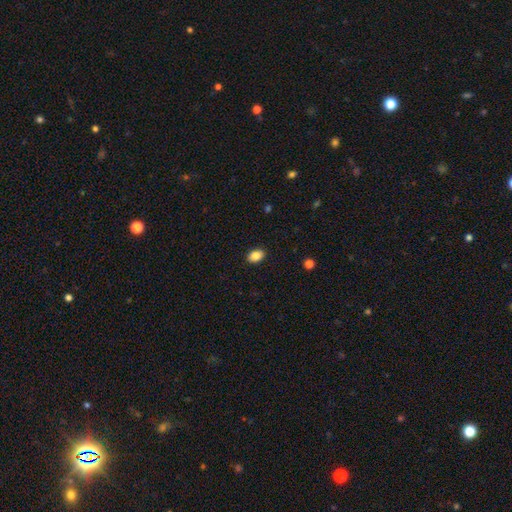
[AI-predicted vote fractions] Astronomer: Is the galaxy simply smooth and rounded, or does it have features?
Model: smooth — 87%.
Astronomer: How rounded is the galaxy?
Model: in between — 84%.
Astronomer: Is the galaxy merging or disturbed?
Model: none — 90%.